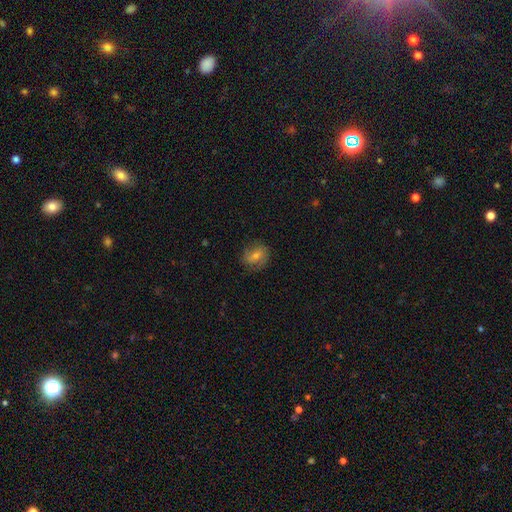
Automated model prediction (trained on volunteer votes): Smooth or featured? Predicted: smooth (p=0.44). Merging? Predicted: none (p=0.75).